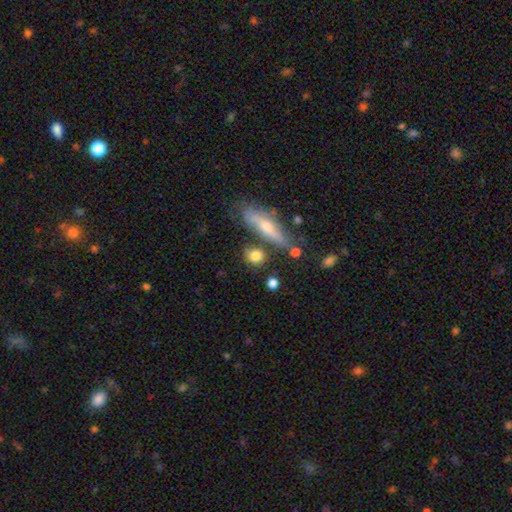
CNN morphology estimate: A smooth galaxy with no disk features (76%) that is round (66%). Merging: none (71%).